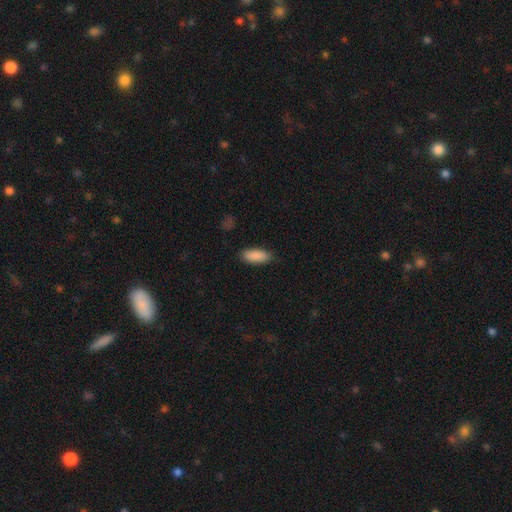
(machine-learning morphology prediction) A smooth galaxy with no disk features (90%) that is in between round and cigar-shaped (74%).

Vote fractions:
- Smooth or featured? smooth: 90% / star or artifact: 6% / featured or disk: 4%
- How rounded? in between: 74% / cigar-shaped: 24% / round: 2%
- Merging? none: 87% / minor disturbance: 10% / major disturbance: 2% / merger: 1%